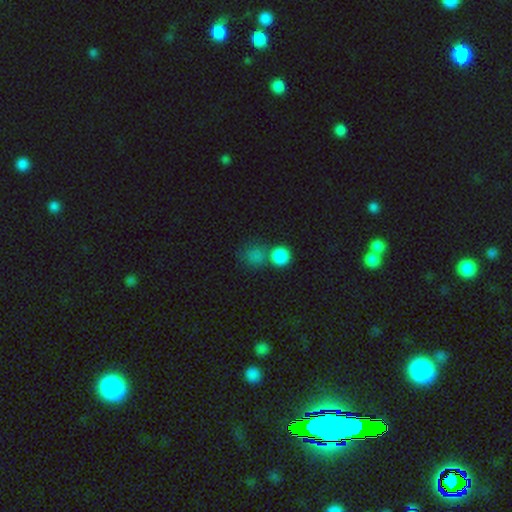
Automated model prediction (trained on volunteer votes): A smooth galaxy with no disk features (79%) that is round (83%). Merging: none (48%).